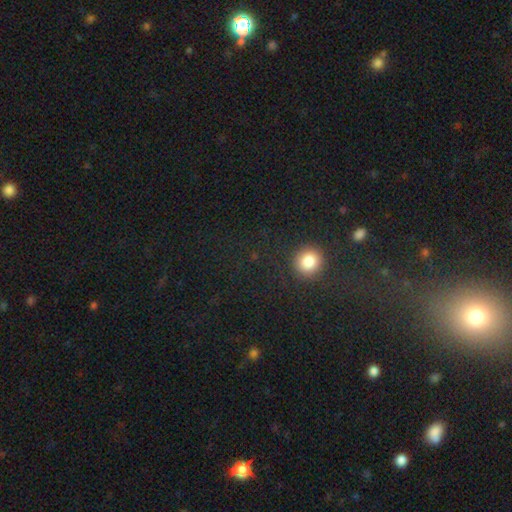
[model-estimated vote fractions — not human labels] Smooth or featured? Predicted: star or artifact (p=0.53).